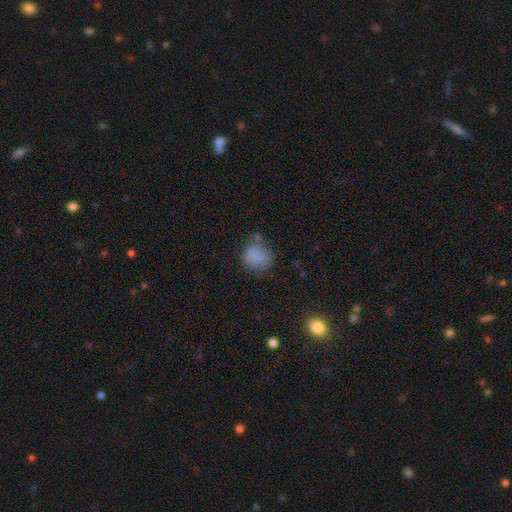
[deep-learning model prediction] Smooth or featured?
  - smooth: 76% *
  - featured or disk: 14%
  - star or artifact: 11%
How rounded?
  - round: 77% *
  - in between: 22%
  - cigar-shaped: 1%
Merging?
  - none: 55% *
  - minor disturbance: 25%
  - major disturbance: 12%
  - merger: 8%